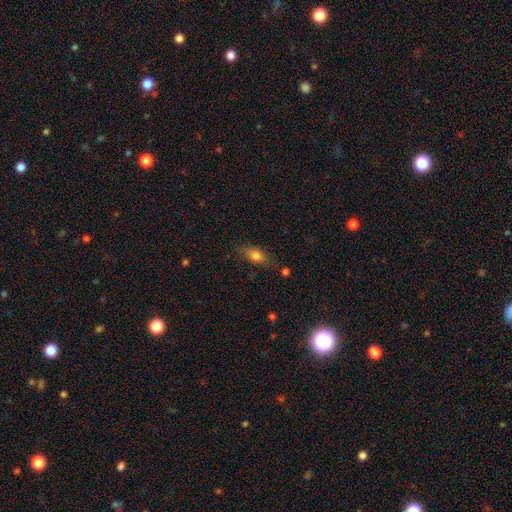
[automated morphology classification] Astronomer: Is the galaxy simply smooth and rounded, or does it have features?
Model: smooth — 75%.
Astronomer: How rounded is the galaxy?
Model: in between — 76%.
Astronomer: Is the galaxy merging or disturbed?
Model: none — 72%.